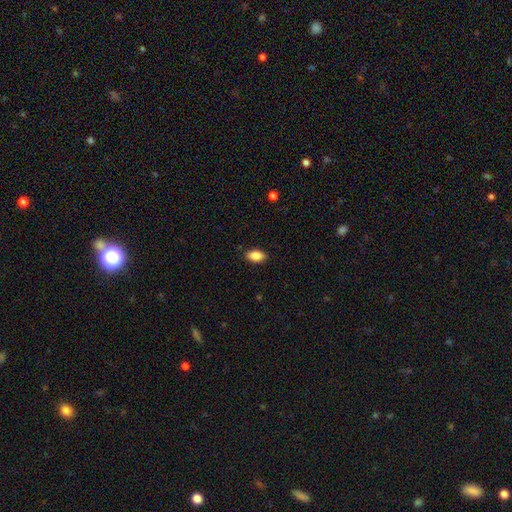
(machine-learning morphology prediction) smooth_or_featured: smooth (p=0.86) [alt: star or artifact p=0.07]
how_rounded: in between (p=0.91) [alt: round p=0.06]
merging: none (p=0.88) [alt: minor disturbance p=0.09]